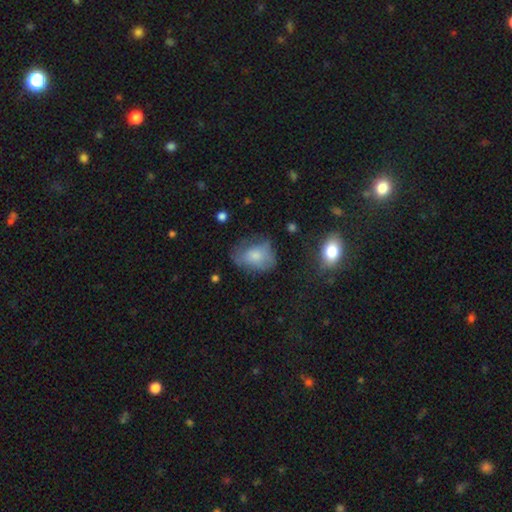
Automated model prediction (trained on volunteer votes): smooth-or-featured: smooth: 68% | featured or disk: 23% | star or artifact: 10%
  how-rounded: in between: 69% | round: 29% | cigar-shaped: 2%
  merging: none: 44% | minor disturbance: 32% | major disturbance: 22% | merger: 3%